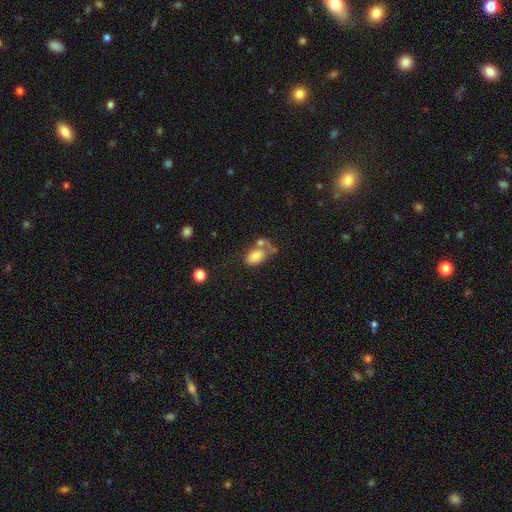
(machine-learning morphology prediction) Q: Smooth or featured?
A: smooth (78%); runner-up: featured or disk (13%)
Q: How rounded?
A: in between (90%); runner-up: round (8%)
Q: Merging?
A: merger (35%); runner-up: none (33%)